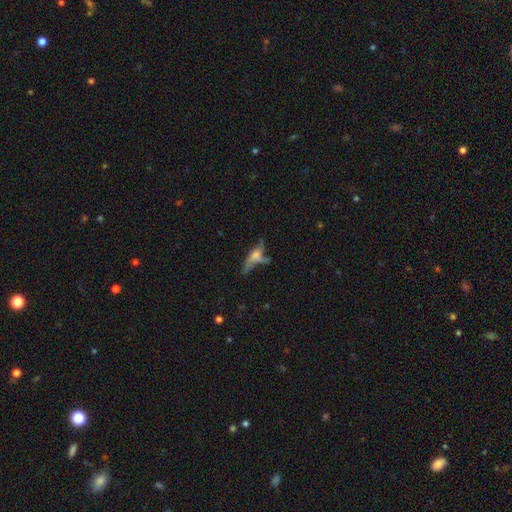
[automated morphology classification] A featured or disk galaxy (46%).

Vote fractions:
- Smooth or featured? featured or disk: 46% / smooth: 41% / star or artifact: 13%
- Merging? none: 33% / major disturbance: 30% / merger: 19% / minor disturbance: 18%